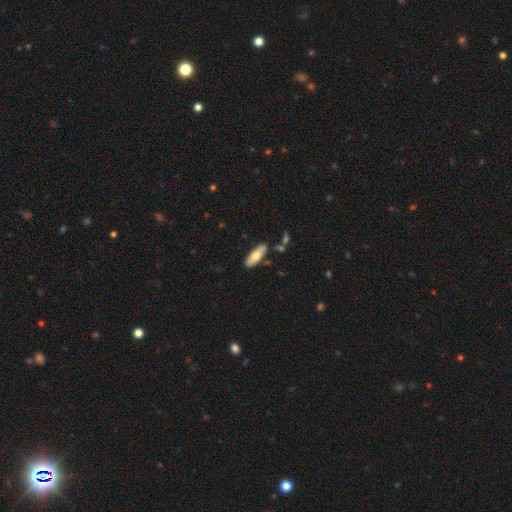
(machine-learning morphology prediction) A smooth galaxy with no disk features (68%) that is in between round and cigar-shaped (64%). Merging: none (83%).